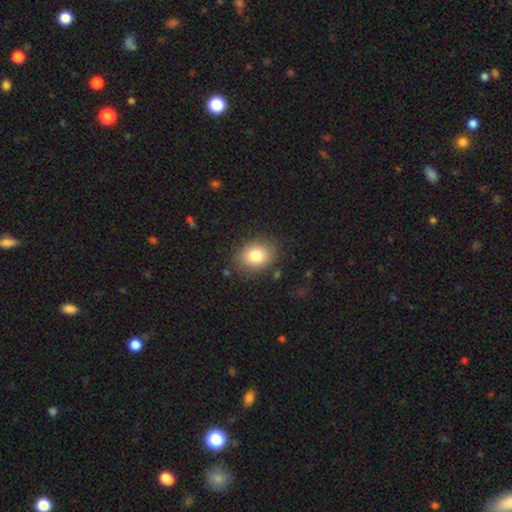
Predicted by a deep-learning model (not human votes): Smooth or featured? Predicted: smooth (p=0.81). How rounded? Predicted: in between (p=0.59). Merging? Predicted: none (p=0.84).